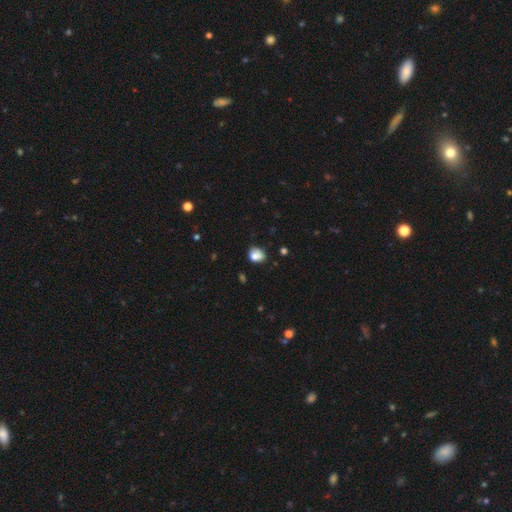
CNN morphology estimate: Smooth or featured? smooth (81%)
How rounded? round (54%)
Merging? none (61%)